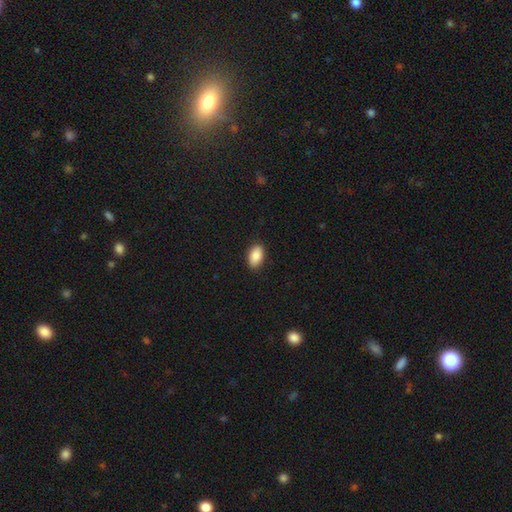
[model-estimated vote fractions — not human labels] A smooth galaxy with no disk features (88%) that is in between round and cigar-shaped (92%). Merging: none (89%).